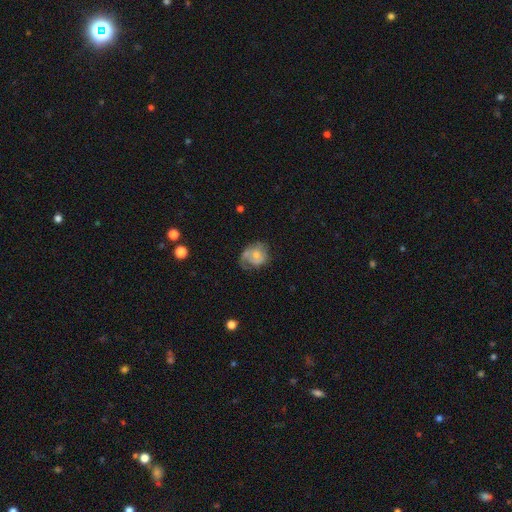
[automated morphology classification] smooth-or-featured: featured or disk: 52% | smooth: 40% | star or artifact: 8%
  disk-edge-on: no: 97% | yes: 3%
    bar: no: 76% | weak: 21% | strong: 3%
    has-spiral-arms: yes: 70% | no: 30%
    bulge-size: small: 51% | moderate: 39% | none: 6% | large: 3% | dominant: 1%
  merging: none: 43% | minor disturbance: 29% | major disturbance: 24% | merger: 3%